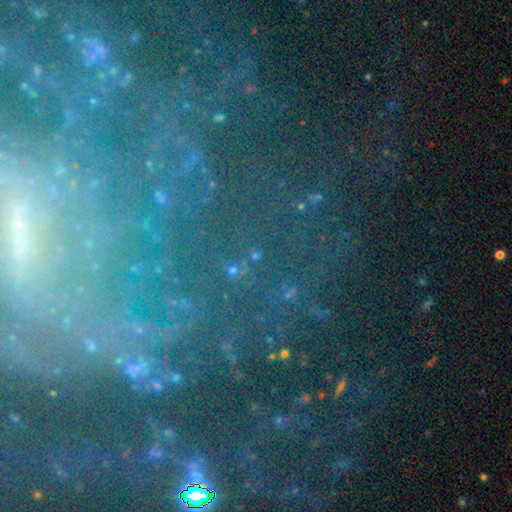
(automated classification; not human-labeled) smooth_or_featured: star or artifact (p=0.65) [alt: featured or disk p=0.21]